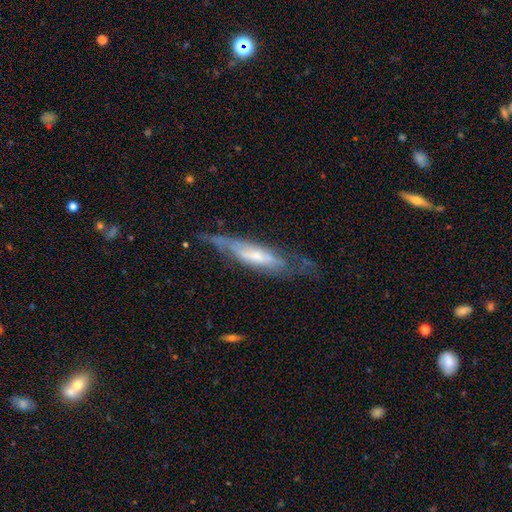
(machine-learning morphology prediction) The model was most divided on "edge-on disk": yes: 52%, no: 48%. More confident: smooth or featured — featured or disk (66%); merging — none (50%).